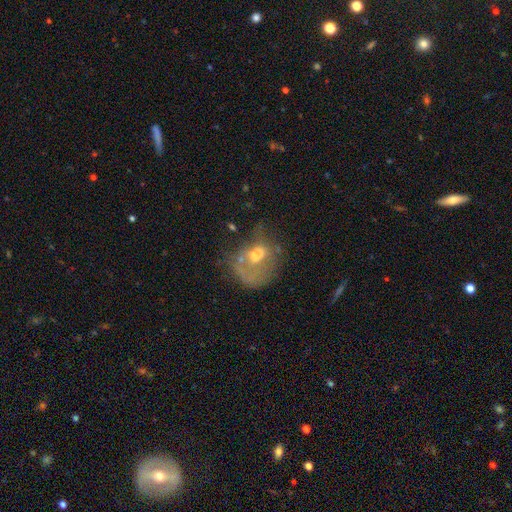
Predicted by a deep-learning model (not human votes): Smooth or featured? Predicted: featured or disk (p=0.52). Edge-on disk? Predicted: no (p=0.97). Bar? Predicted: no (p=0.84). Spiral arms? Predicted: no (p=0.76). Bulge size? Predicted: moderate (p=0.55). Merging? Predicted: major disturbance (p=0.37).